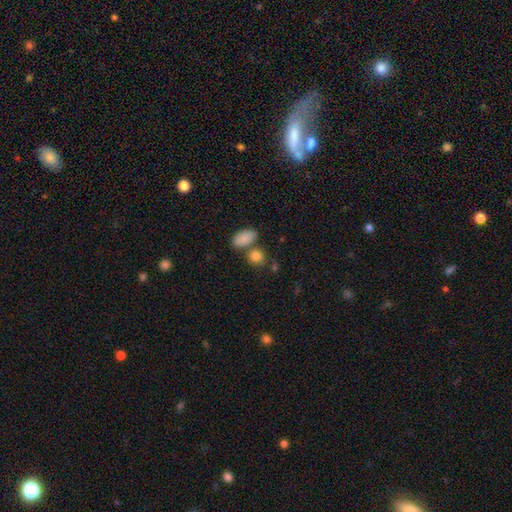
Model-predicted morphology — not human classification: A smooth galaxy with no disk features (85%) that is round (62%).

Vote fractions:
- Smooth or featured? smooth: 85% / star or artifact: 10% / featured or disk: 6%
- How rounded? round: 62% / in between: 36% / cigar-shaped: 2%
- Merging? none: 62% / merger: 24% / minor disturbance: 10% / major disturbance: 3%